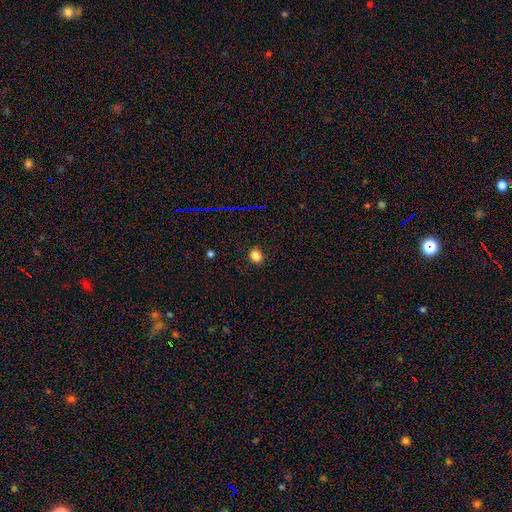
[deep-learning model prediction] The model was most divided on "how rounded": round: 68%, in between: 31%, cigar-shaped: 1%. More confident: merging — none (88%); smooth or featured — smooth (80%).